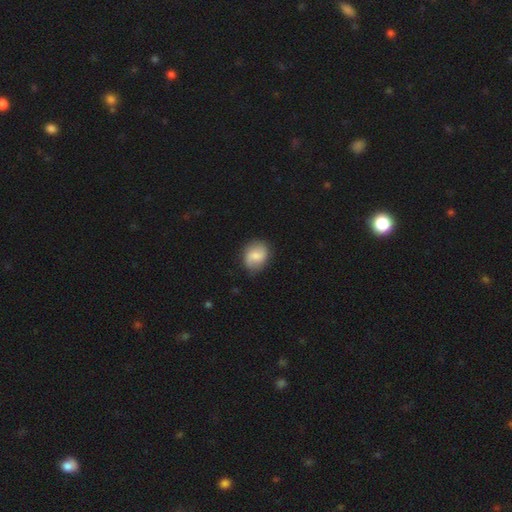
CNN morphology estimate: Q: Smooth or featured?
A: smooth (56%); runner-up: featured or disk (37%)
Q: How rounded?
A: round (54%); runner-up: in between (44%)
Q: Merging?
A: none (80%); runner-up: minor disturbance (15%)